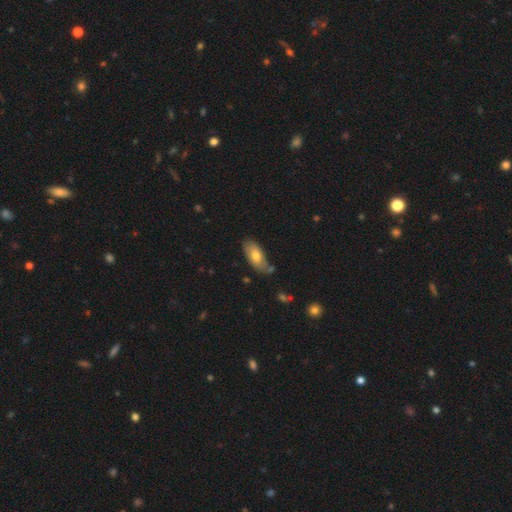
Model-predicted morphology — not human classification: The model was most divided on "merging": none: 65%, minor disturbance: 24%, merger: 6%, major disturbance: 5%. More confident: how rounded — in between (89%); smooth or featured — smooth (70%).